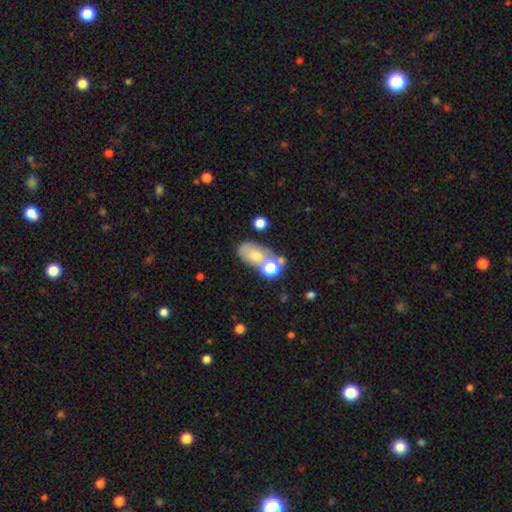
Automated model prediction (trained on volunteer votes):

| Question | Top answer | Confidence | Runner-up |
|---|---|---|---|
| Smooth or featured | smooth | 63% | featured or disk (23%) |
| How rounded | in between | 81% | round (17%) |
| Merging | none | 42% | merger (30%) |